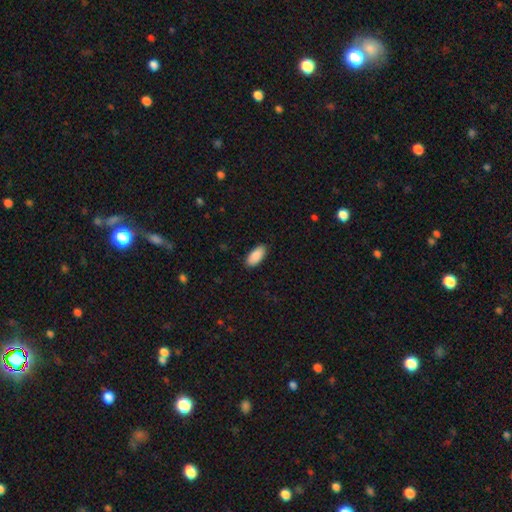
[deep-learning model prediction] A smooth galaxy with no disk features (91%) that is in between round and cigar-shaped (92%). Merging: none (87%).